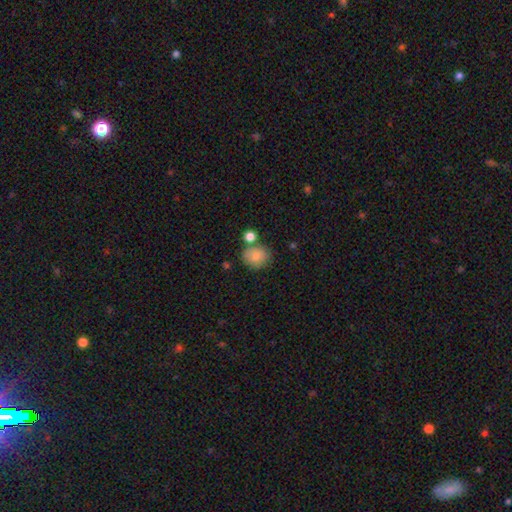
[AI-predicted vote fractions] A smooth galaxy with no disk features (82%) that is round (71%).

Vote fractions:
- Smooth or featured? smooth: 82% / featured or disk: 9% / star or artifact: 9%
- How rounded? round: 71% / in between: 28% / cigar-shaped: 1%
- Merging? none: 63% / merger: 16% / minor disturbance: 15% / major disturbance: 5%